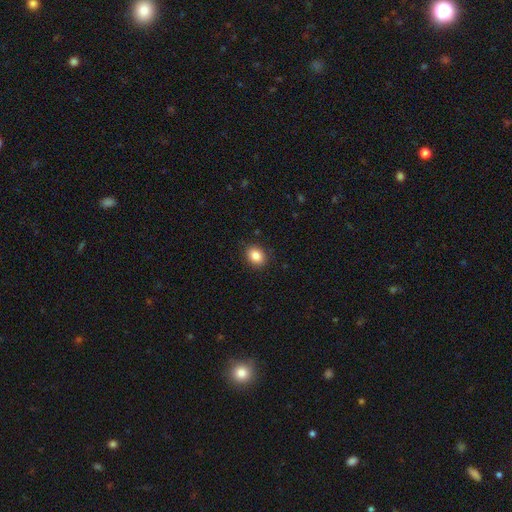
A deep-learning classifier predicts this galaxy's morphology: Smooth or featured: smooth — 86% (star or artifact — 9%)
How rounded: in between — 55% (round — 44%)
Merging: none — 87% (minor disturbance — 10%)